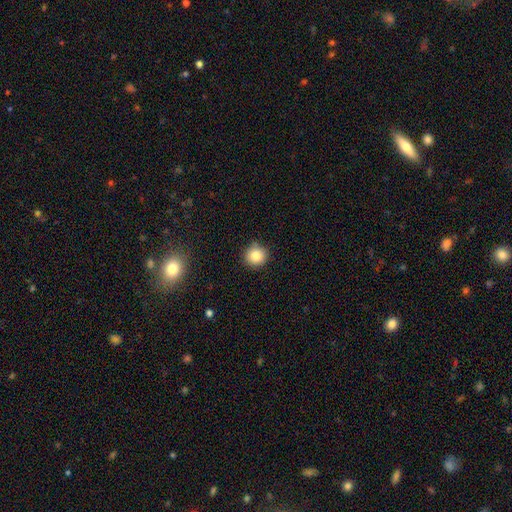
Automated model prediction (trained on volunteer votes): Smooth or featured? smooth (83%)
How rounded? round (92%)
Merging? none (86%)